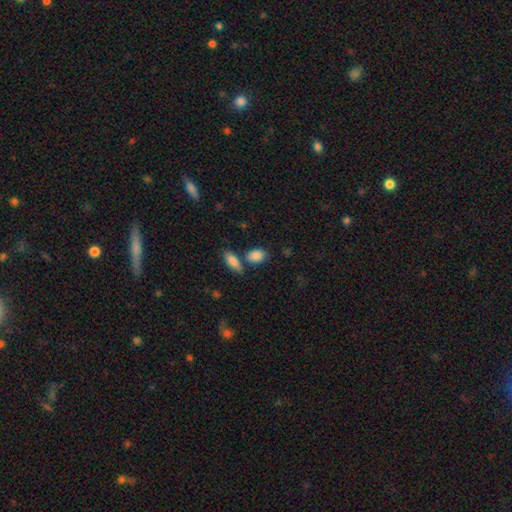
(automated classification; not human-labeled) This appears to be a smooth galaxy with no disk features (87%) that is in between round and cigar-shaped (84%). Merging: none (62%).